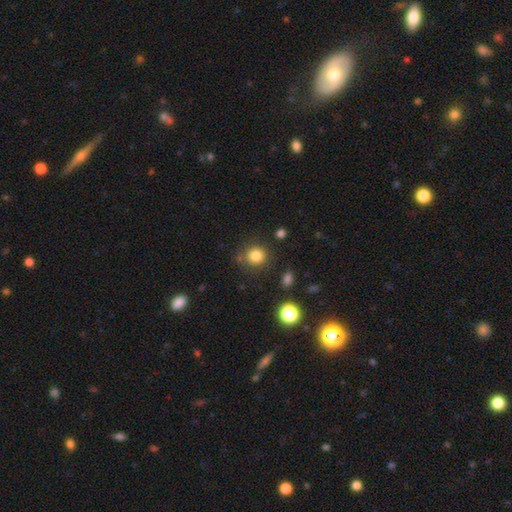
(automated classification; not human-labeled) A smooth galaxy with no disk features (82%) that is round (86%).

Vote fractions:
- Smooth or featured? smooth: 82% / star or artifact: 12% / featured or disk: 6%
- How rounded? round: 86% / in between: 13% / cigar-shaped: 1%
- Merging? none: 78% / minor disturbance: 13% / major disturbance: 5% / merger: 4%